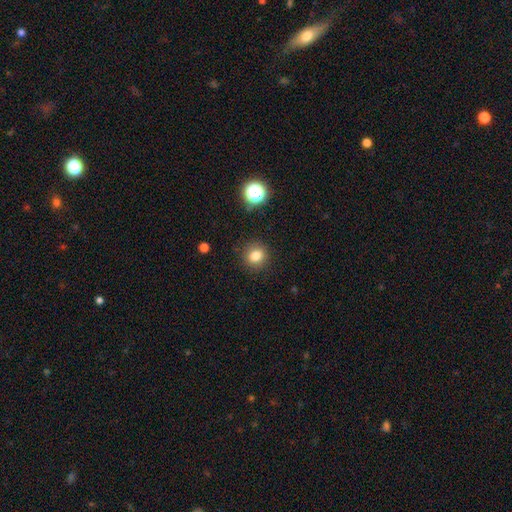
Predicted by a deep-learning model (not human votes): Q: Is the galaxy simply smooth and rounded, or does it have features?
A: smooth — 81%.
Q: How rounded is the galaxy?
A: round — 86%.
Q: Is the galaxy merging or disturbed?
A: none — 89%.